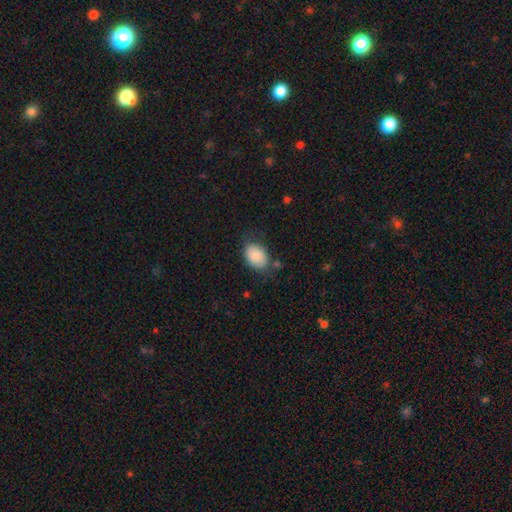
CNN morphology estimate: This is clearly a smooth galaxy (86%). How rounded: likely in between (79%). Merging: likely none (68%).